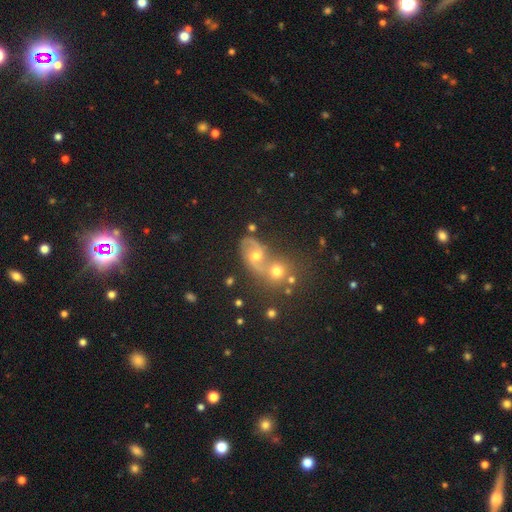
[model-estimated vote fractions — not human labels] This appears to be a featured or disk galaxy (58%) with no bar (61%), spiral arms (81%) and a moderate central bulge (68%). Merging: none (41%).